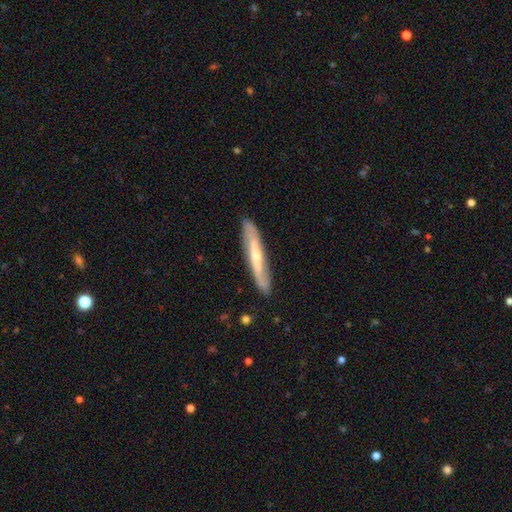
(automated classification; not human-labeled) Q: Smooth or featured?
A: featured or disk (58%); runner-up: smooth (37%)
Q: Edge-on disk?
A: yes (62%); runner-up: no (38%)
Q: Merging?
A: none (86%); runner-up: minor disturbance (11%)